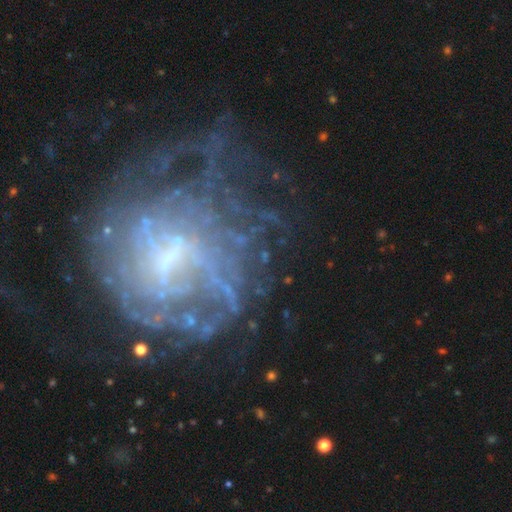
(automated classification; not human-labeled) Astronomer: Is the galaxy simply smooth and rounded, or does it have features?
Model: featured or disk — 75%.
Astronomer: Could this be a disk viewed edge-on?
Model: no — 97%.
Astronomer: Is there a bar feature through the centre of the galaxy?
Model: weak — 51% (runner-up: no, 30%).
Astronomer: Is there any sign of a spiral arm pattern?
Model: yes — 73%.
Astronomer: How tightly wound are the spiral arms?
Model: tight — 54% (runner-up: medium, 29%).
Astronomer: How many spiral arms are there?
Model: can't tell — 60%.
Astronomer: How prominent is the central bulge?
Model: small — 45% (runner-up: moderate, 26%).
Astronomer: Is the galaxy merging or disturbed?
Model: none — 52%.